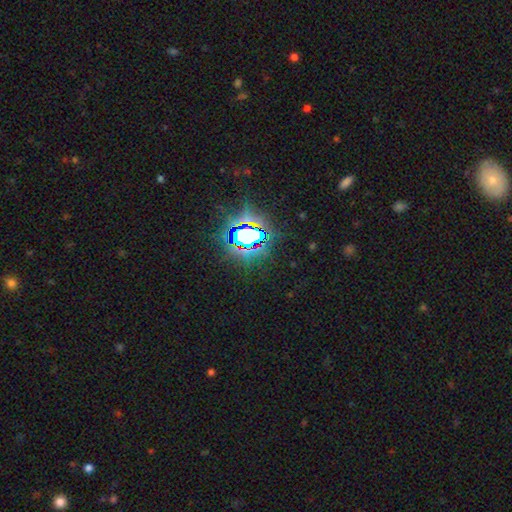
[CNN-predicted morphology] star or artifact 83%, smooth 10%, featured or disk 7%.